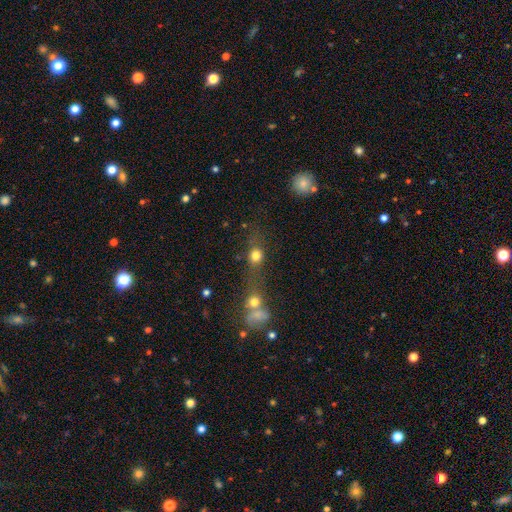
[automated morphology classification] Smooth or featured: smooth — 70% (star or artifact — 16%)
How rounded: round — 69% (in between — 25%)
Merging: merger — 42% (none — 37%)